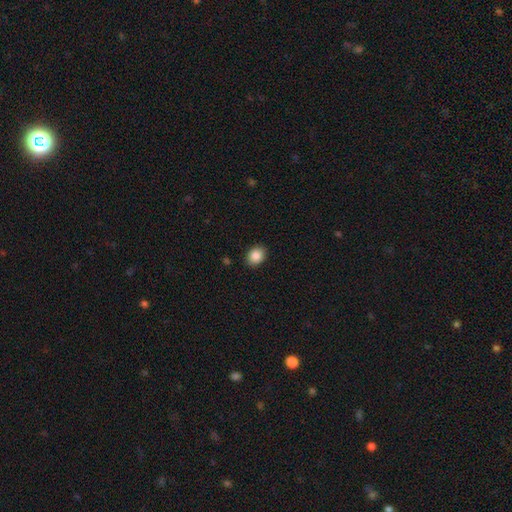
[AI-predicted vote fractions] Smooth or featured: smooth — 88% (star or artifact — 8%)
How rounded: in between — 56% (round — 43%)
Merging: none — 89% (minor disturbance — 8%)